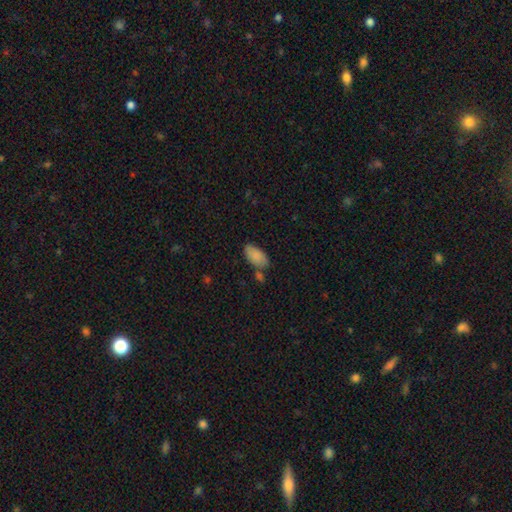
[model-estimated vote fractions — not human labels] A smooth galaxy with no disk features (87%) that is in between round and cigar-shaped (94%).

Vote fractions:
- Smooth or featured? smooth: 87% / star or artifact: 7% / featured or disk: 7%
- How rounded? in between: 94% / cigar-shaped: 4% / round: 3%
- Merging? none: 65% / minor disturbance: 19% / merger: 11% / major disturbance: 4%